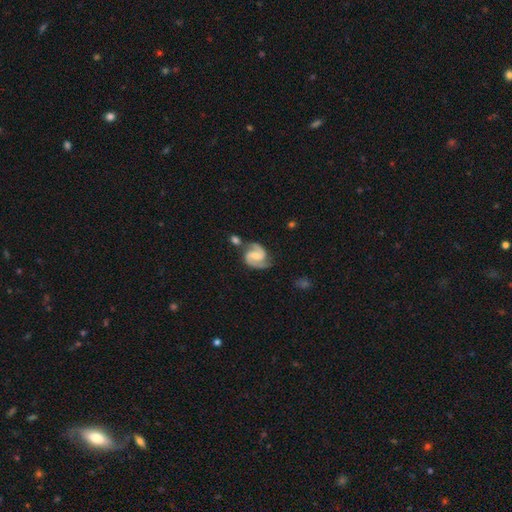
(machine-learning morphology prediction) A featured or disk galaxy (90%) with a weak bar (48%), 2 (94%) medium (59%) spiral arms (98%) and a small central bulge (47%). Merging: none (66%).